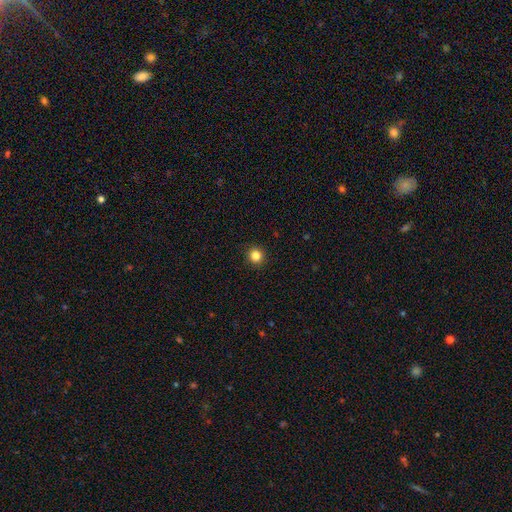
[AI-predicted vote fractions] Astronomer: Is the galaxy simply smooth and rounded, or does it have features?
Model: smooth — 84%.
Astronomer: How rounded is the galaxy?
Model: round — 94%.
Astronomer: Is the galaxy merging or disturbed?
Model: none — 93%.